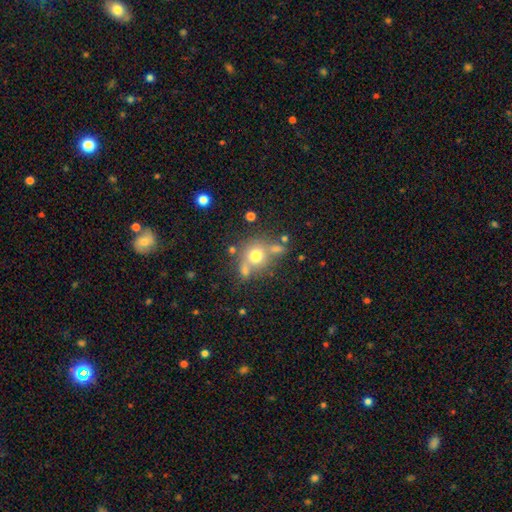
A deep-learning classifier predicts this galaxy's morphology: This appears to be a smooth galaxy with no disk features (70%) that is round (84%). Merging: none (56%).